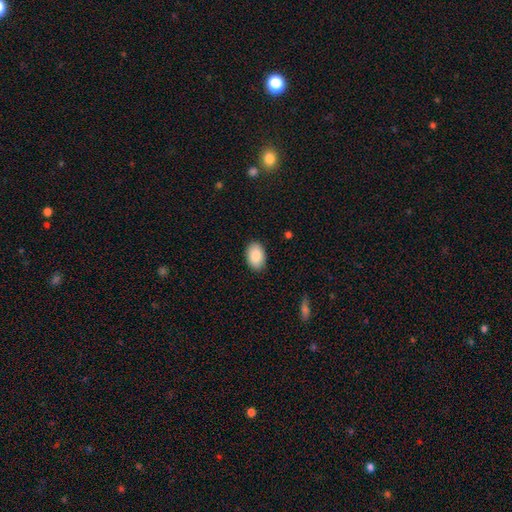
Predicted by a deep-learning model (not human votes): Smooth or featured? Predicted: smooth (p=0.86). How rounded? Predicted: in between (p=0.89). Merging? Predicted: none (p=0.88).